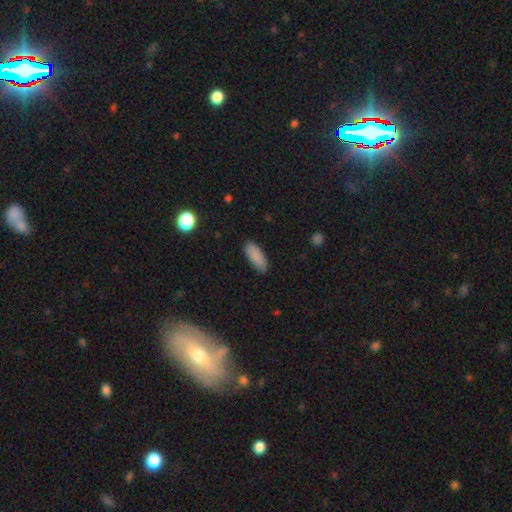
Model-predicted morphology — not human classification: Overall: smooth (88%). How rounded: in between (76%). Merging: none (87%).